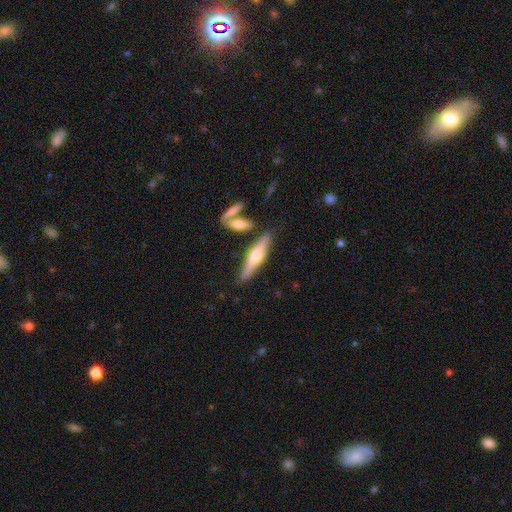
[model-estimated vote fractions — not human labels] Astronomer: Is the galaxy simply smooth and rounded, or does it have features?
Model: featured or disk — 60%.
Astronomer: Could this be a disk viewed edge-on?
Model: yes — 95%.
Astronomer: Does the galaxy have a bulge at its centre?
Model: rounded — 87%.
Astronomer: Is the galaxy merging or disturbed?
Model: none — 80%.